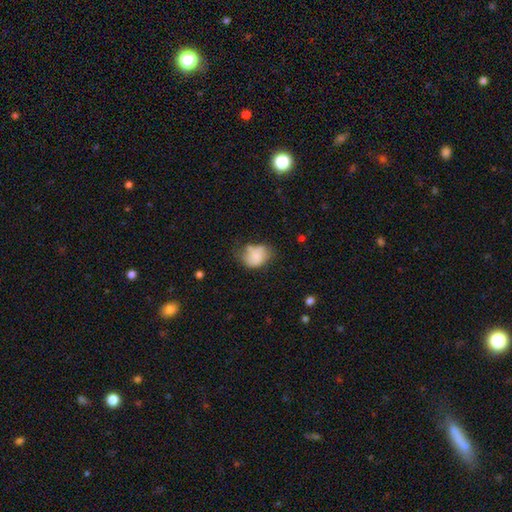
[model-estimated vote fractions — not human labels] A smooth galaxy with no disk features (74%) that is in between round and cigar-shaped (63%).

Vote fractions:
- Smooth or featured? smooth: 74% / featured or disk: 17% / star or artifact: 9%
- How rounded? in between: 63% / round: 36% / cigar-shaped: 1%
- Merging? none: 41% / minor disturbance: 33% / major disturbance: 15% / merger: 10%